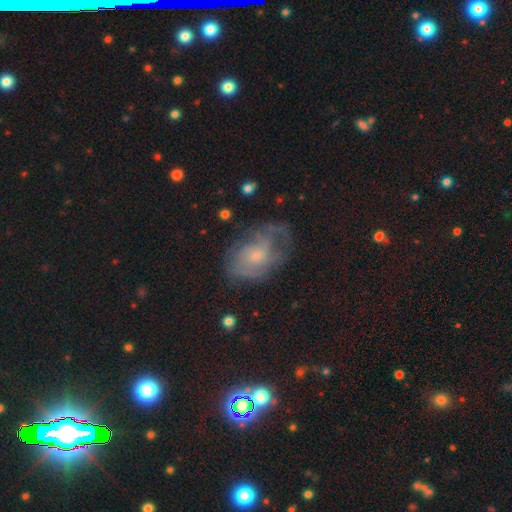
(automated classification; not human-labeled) smooth_or_featured: featured or disk (p=0.59) [alt: smooth p=0.25]
disk_edge_on: no (p=0.96) [alt: yes p=0.04]
bar: no (p=0.76) [alt: weak p=0.21]
has_spiral_arms: yes (p=0.74) [alt: no p=0.26]
bulge_size: small (p=0.54) [alt: moderate p=0.33]
merging: none (p=0.57) [alt: minor disturbance p=0.24]